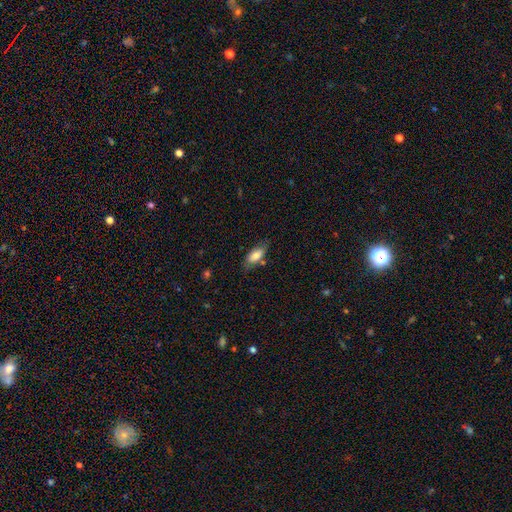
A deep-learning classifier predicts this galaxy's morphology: A smooth galaxy with no disk features (77%) that is in between round and cigar-shaped (85%).

Vote fractions:
- Smooth or featured? smooth: 77% / featured or disk: 16% / star or artifact: 7%
- How rounded? in between: 85% / cigar-shaped: 12% / round: 3%
- Merging? none: 67% / minor disturbance: 22% / major disturbance: 6% / merger: 5%